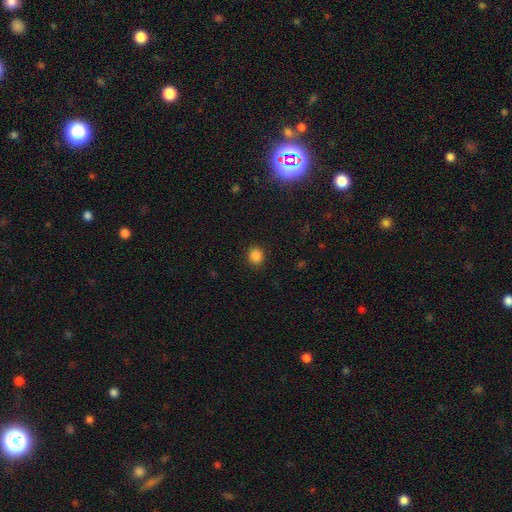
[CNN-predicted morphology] Smooth or featured? smooth (86%)
How rounded? round (82%)
Merging? none (91%)